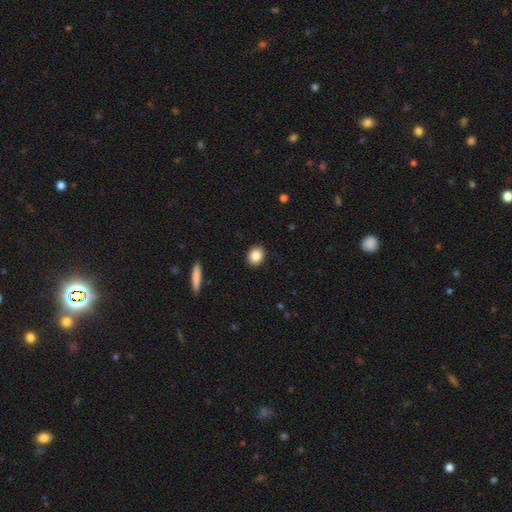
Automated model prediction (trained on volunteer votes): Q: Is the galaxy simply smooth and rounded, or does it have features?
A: smooth — 86%.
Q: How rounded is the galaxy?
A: round — 71%.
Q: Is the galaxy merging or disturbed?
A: none — 91%.